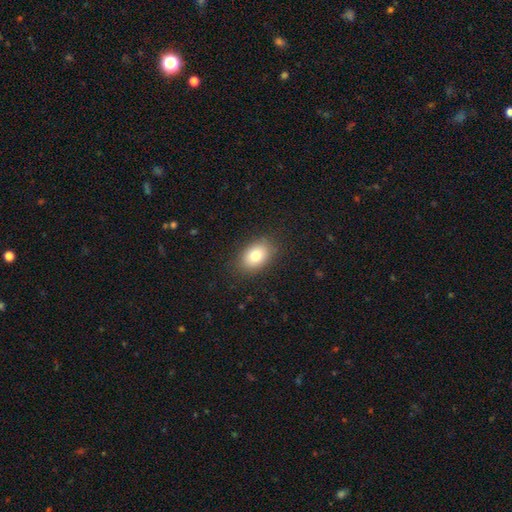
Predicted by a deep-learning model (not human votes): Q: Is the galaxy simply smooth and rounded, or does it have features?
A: smooth — 79%.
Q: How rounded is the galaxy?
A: in between — 83%.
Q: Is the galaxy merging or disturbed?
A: none — 86%.